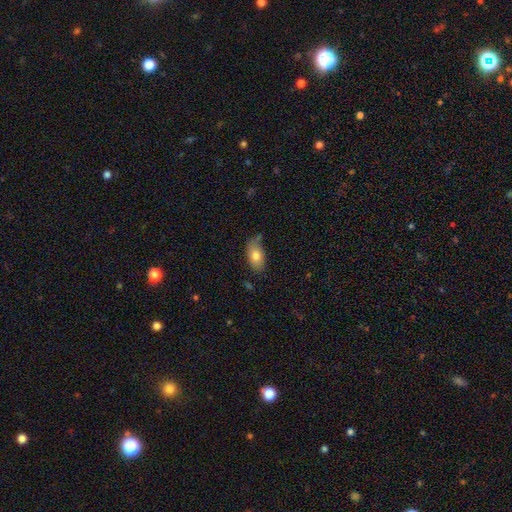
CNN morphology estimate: Smooth or featured? smooth (79%)
How rounded? in between (91%)
Merging? none (54%)